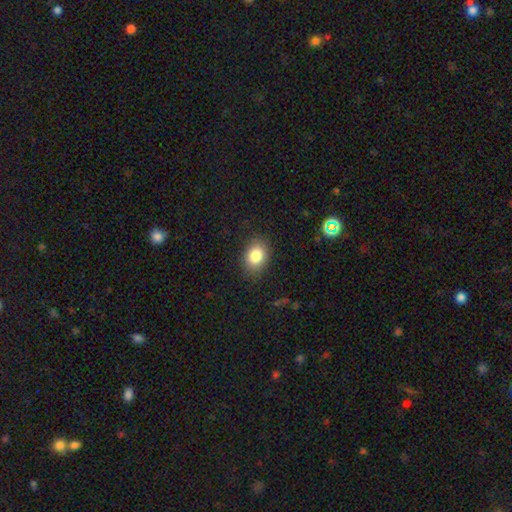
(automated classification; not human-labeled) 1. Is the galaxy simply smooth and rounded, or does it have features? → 84% smooth, 9% star or artifact, 7% featured or disk.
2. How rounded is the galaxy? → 71% in between, 28% round, 1% cigar-shaped.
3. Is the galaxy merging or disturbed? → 84% none, 11% minor disturbance, 3% major disturbance, 1% merger.